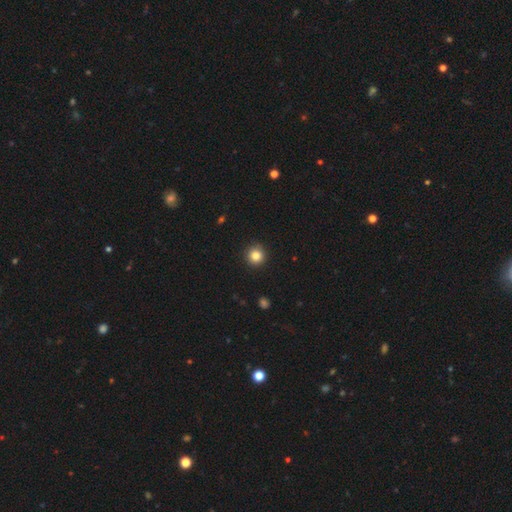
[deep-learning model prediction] A smooth galaxy with no disk features (84%) that is round (95%). Merging: none (93%).